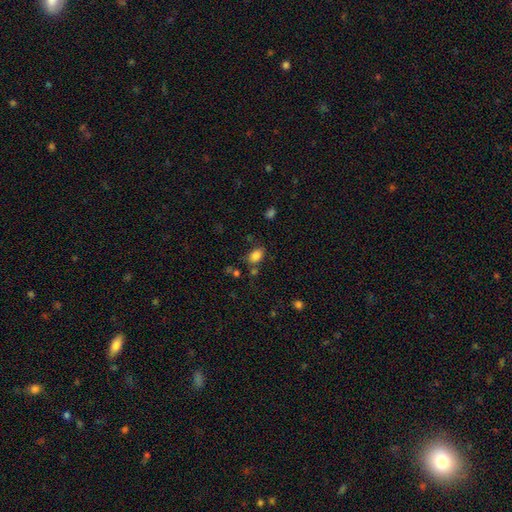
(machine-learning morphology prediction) Smooth or featured? smooth (84%)
How rounded? in between (81%)
Merging? none (71%)